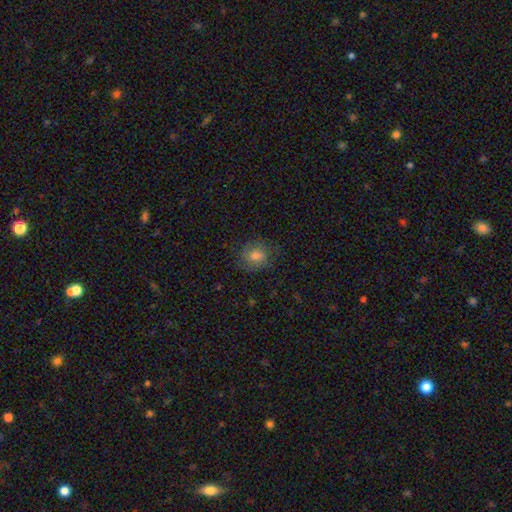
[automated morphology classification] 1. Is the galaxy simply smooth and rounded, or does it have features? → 68% smooth, 20% featured or disk, 12% star or artifact.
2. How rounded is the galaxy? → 67% round, 32% in between, 1% cigar-shaped.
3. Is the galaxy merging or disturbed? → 76% none, 17% minor disturbance, 6% major disturbance, 1% merger.